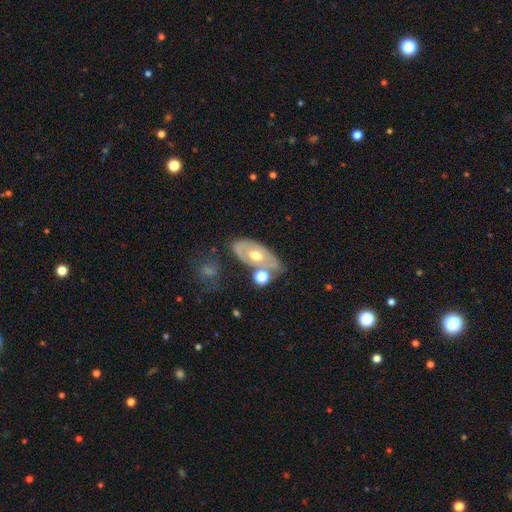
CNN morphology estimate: smooth_or_featured: featured or disk (p=0.62) [alt: smooth p=0.31]
disk_edge_on: no (p=0.87) [alt: yes p=0.13]
bar: no (p=0.84) [alt: weak p=0.12]
has_spiral_arms: no (p=0.71) [alt: yes p=0.29]
bulge_size: moderate (p=0.75) [alt: small p=0.16]
merging: none (p=0.59) [alt: minor disturbance p=0.18]